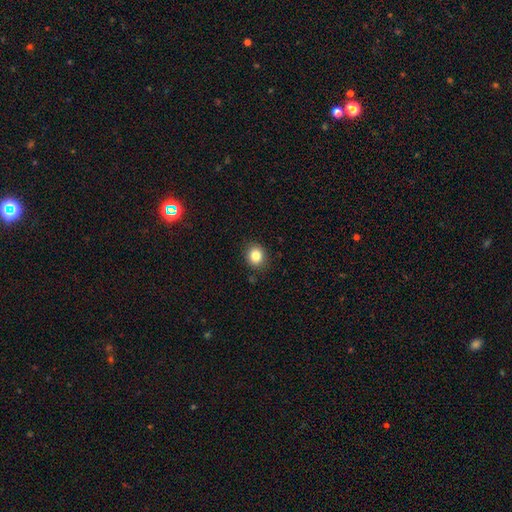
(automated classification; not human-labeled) This appears to be a smooth galaxy with no disk features (83%) that is round (76%). Merging: none (88%).